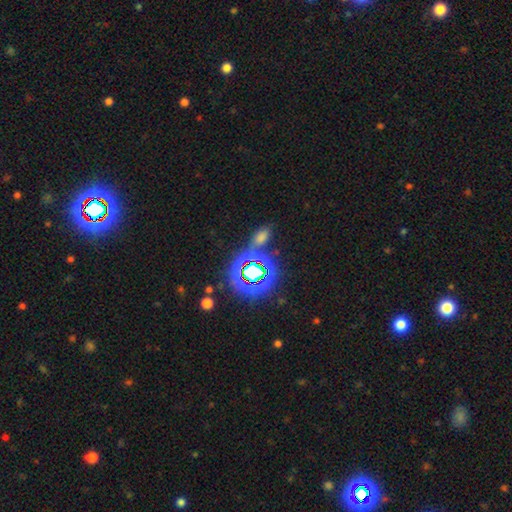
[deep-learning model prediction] This appears to be a star or artifact, not a galaxy (70%).